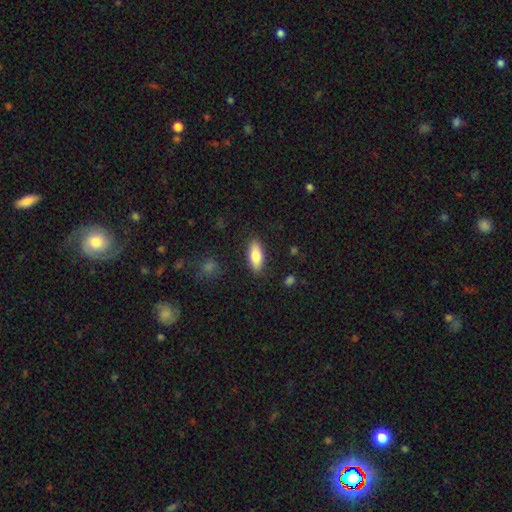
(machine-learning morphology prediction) smooth-or-featured: smooth: 79% | featured or disk: 15% | star or artifact: 6%
  how-rounded: in between: 77% | cigar-shaped: 21% | round: 2%
  merging: none: 87% | minor disturbance: 9% | major disturbance: 2% | merger: 1%